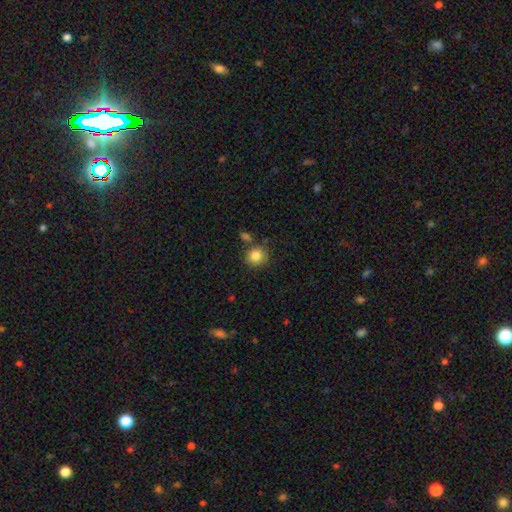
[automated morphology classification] A smooth galaxy with no disk features (84%) that is round (87%). Merging: none (77%).